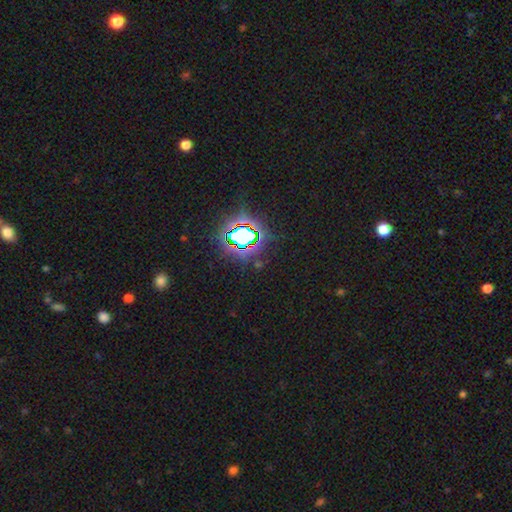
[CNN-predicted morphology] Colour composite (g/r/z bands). It shows a star or artifact, not a galaxy (85%).